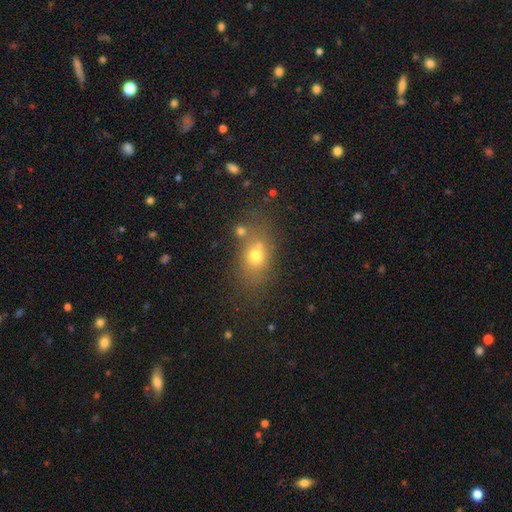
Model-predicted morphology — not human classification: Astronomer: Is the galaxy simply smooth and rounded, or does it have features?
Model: smooth — 67%.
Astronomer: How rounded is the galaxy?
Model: in between — 56% (runner-up: round, 42%).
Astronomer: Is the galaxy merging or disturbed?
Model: none — 59%.